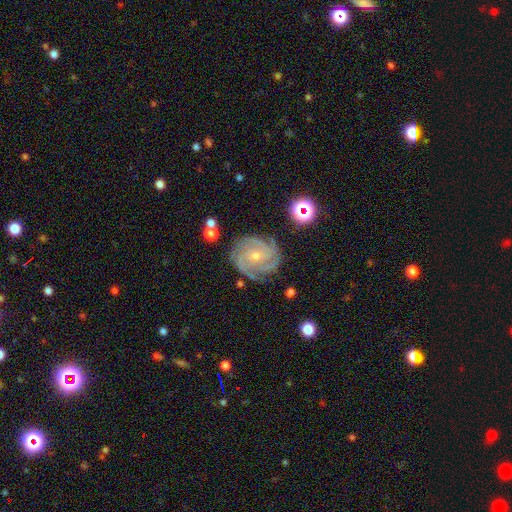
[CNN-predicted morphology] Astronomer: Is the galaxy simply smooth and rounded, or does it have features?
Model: featured or disk — 88%.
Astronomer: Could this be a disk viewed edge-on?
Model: no — 98%.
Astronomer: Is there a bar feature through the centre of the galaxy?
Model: no — 70%.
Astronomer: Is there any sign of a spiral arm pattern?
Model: yes — 98%.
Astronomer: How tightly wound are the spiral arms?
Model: tight — 73%.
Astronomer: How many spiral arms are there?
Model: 4 — 38% (runner-up: 3, 25%).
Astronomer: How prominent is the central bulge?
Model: small — 75%.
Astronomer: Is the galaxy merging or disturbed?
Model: none — 80%.